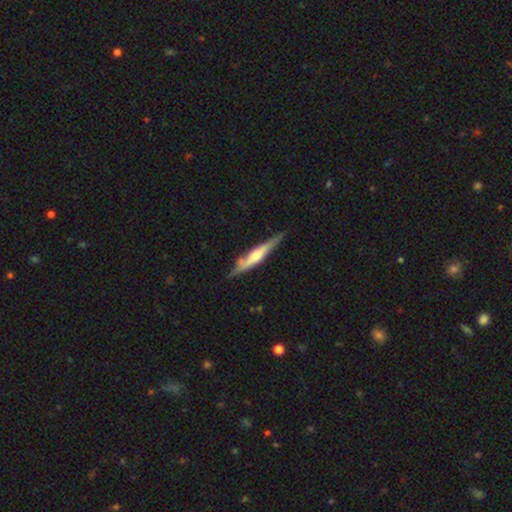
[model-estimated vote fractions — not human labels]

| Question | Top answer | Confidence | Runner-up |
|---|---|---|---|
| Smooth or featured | featured or disk | 62% | smooth (32%) |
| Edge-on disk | yes | 93% | no (7%) |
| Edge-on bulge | rounded | 73% | none (17%) |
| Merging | none | 77% | minor disturbance (18%) |